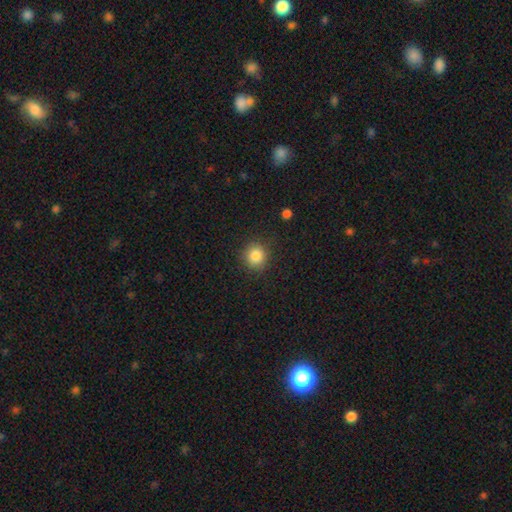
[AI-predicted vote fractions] smooth-or-featured: smooth: 84% | star or artifact: 11% | featured or disk: 5%
  how-rounded: round: 90% | in between: 9% | cigar-shaped: 1%
  merging: none: 87% | minor disturbance: 9% | major disturbance: 3% | merger: 1%